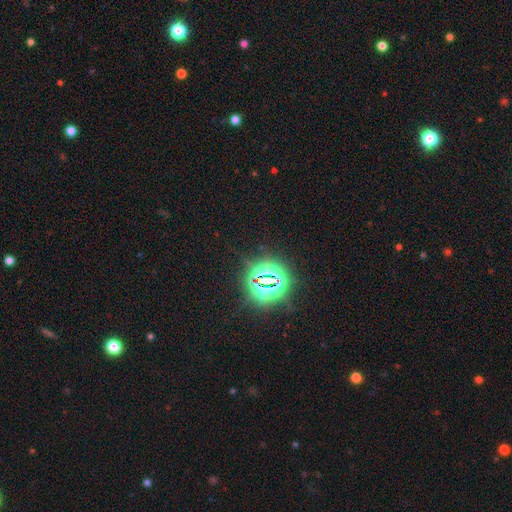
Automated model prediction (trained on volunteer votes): Smooth or featured: star or artifact — 85% (smooth — 10%)